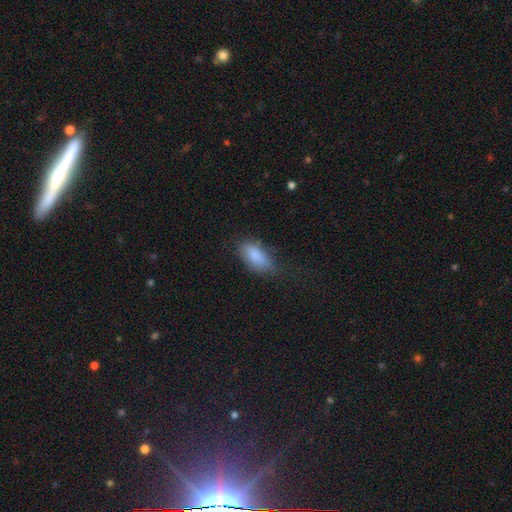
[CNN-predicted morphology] Smooth or featured? smooth (85%)
How rounded? in between (89%)
Merging? none (60%)